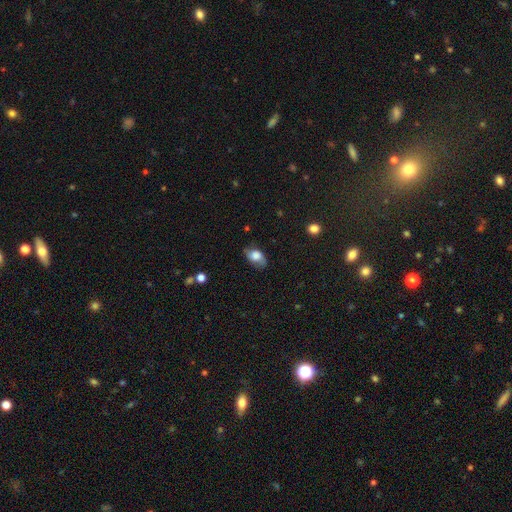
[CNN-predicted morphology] A smooth galaxy with no disk features (63%) that is in between round and cigar-shaped (81%). Merging: none (64%).